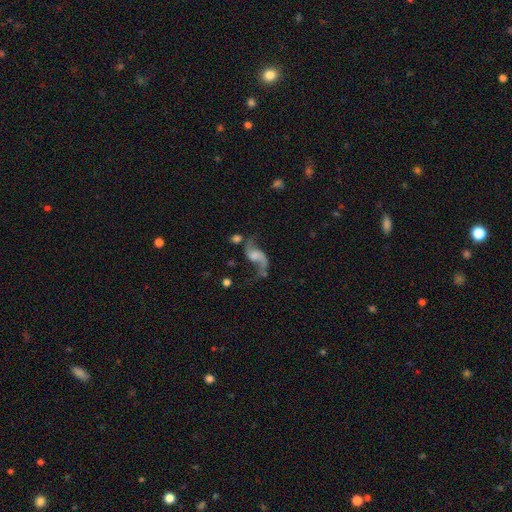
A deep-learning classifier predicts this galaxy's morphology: A featured or disk galaxy (82%) with no bar (54%), 2 (89%) loose (87%) spiral arms (94%) and no central bulge (35%).

Vote fractions:
- Smooth or featured? featured or disk: 82% / smooth: 11% / star or artifact: 7%
- Edge-on disk? no: 96% / yes: 4%
- Bar? no: 54% / weak: 36% / strong: 11%
- Spiral arms? yes: 94% / no: 6%
- Spiral winding? loose: 87% / medium: 11% / tight: 2%
- Spiral arm count? 2: 89% / 1: 6% / can't tell: 2% / 3: 1% / 4: 1% / more than 4: 1%
- Bulge size? none: 35% / small: 25% / moderate: 24% / large: 13% / dominant: 3%
- Merging? none: 52% / major disturbance: 19% / minor disturbance: 18% / merger: 11%